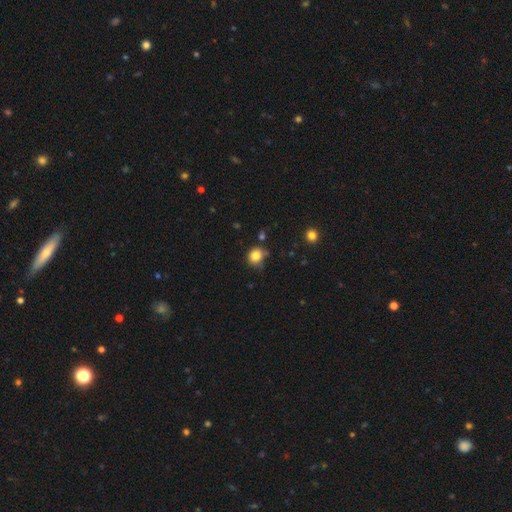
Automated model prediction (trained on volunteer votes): This is clearly a smooth galaxy (82%). How rounded: likely round (78%). Merging: likely none (61%).